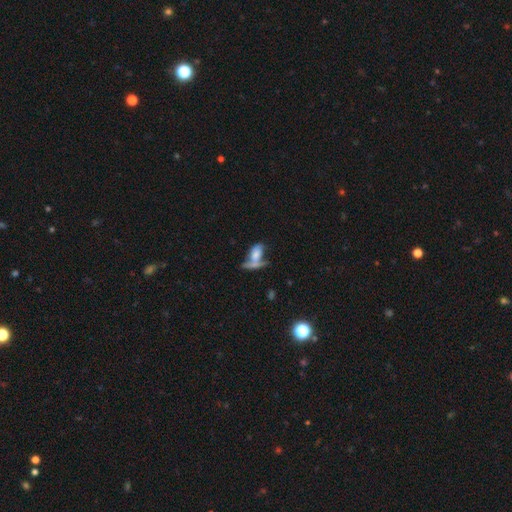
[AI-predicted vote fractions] The model was most divided on "merging": merger: 46%, none: 24%, major disturbance: 16%, minor disturbance: 13%. More confident: how rounded — in between (80%); smooth or featured — smooth (57%).